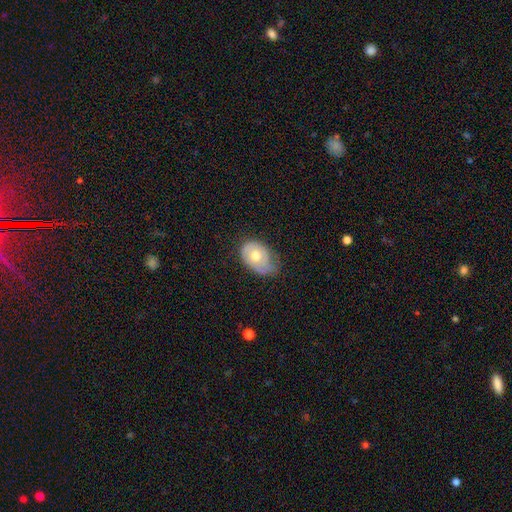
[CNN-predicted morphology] smooth-or-featured: smooth: 56% | featured or disk: 37% | star or artifact: 7%
  how-rounded: in between: 79% | round: 20% | cigar-shaped: 1%
  merging: minor disturbance: 42% | none: 41% | major disturbance: 15% | merger: 2%